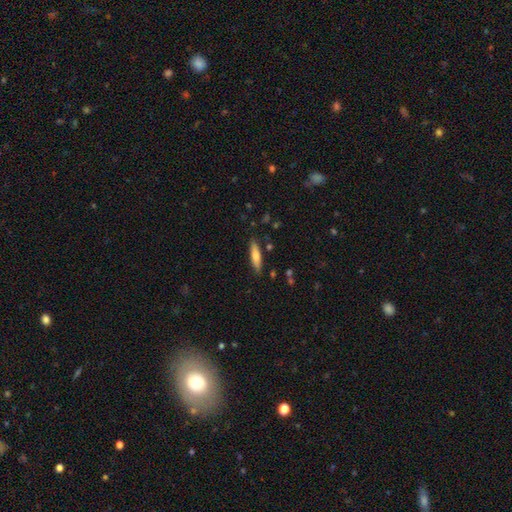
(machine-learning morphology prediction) Smooth or featured? smooth (72%)
How rounded? cigar-shaped (75%)
Merging? none (84%)